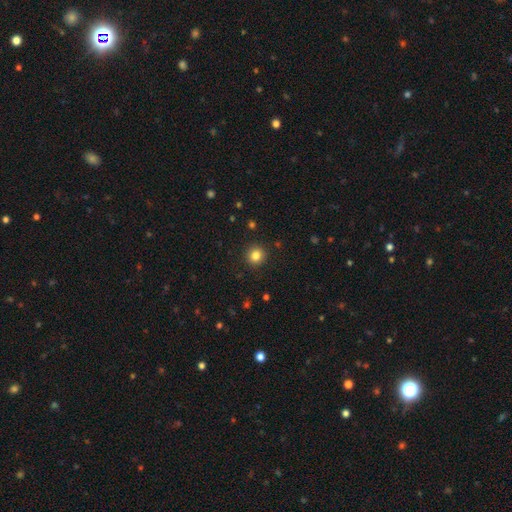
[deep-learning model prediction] smooth_or_featured: smooth (p=0.83) [alt: star or artifact p=0.12]
how_rounded: round (p=0.94) [alt: in between p=0.05]
merging: none (p=0.92) [alt: minor disturbance p=0.05]